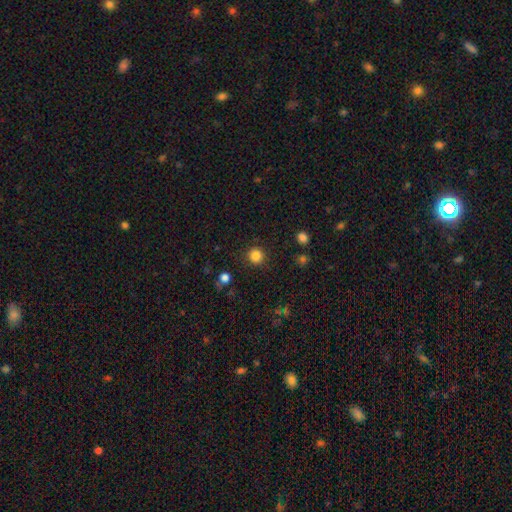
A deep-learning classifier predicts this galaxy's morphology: A smooth galaxy with no disk features (84%) that is round (92%). Merging: none (89%).